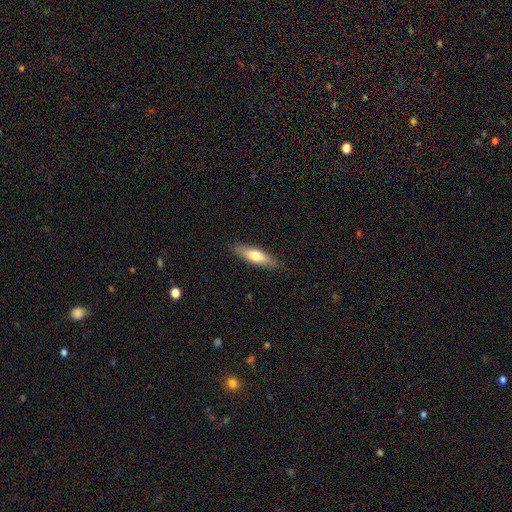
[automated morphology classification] Q: Smooth or featured?
A: smooth (66%); runner-up: featured or disk (29%)
Q: How rounded?
A: cigar-shaped (56%); runner-up: in between (42%)
Q: Merging?
A: none (87%); runner-up: minor disturbance (10%)